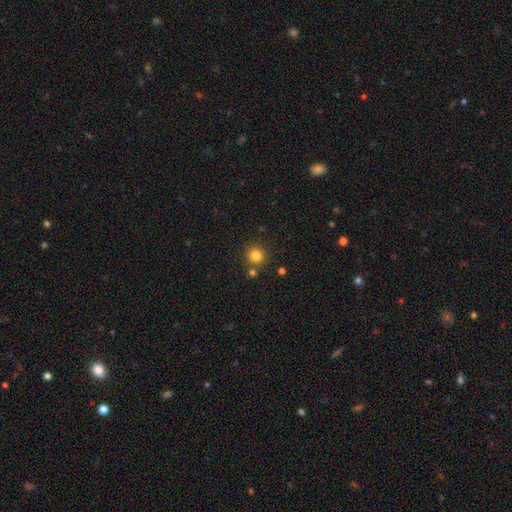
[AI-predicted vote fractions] smooth 81%, star or artifact 13%, featured or disk 6%. Down the decision tree: how rounded — round (93%); merging — none (82%).